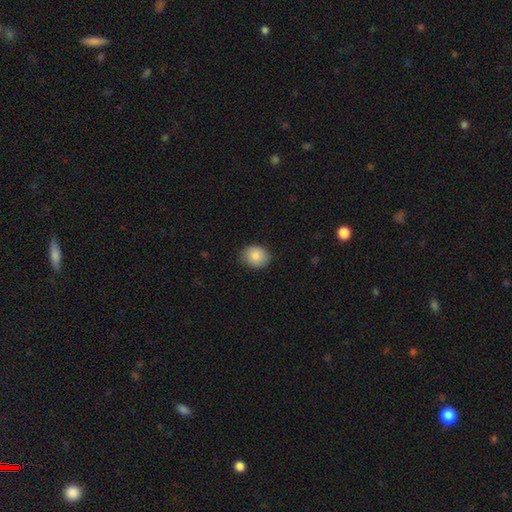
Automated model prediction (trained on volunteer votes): Smooth or featured? Predicted: smooth (p=0.86). How rounded? Predicted: round (p=0.54). Merging? Predicted: none (p=0.85).